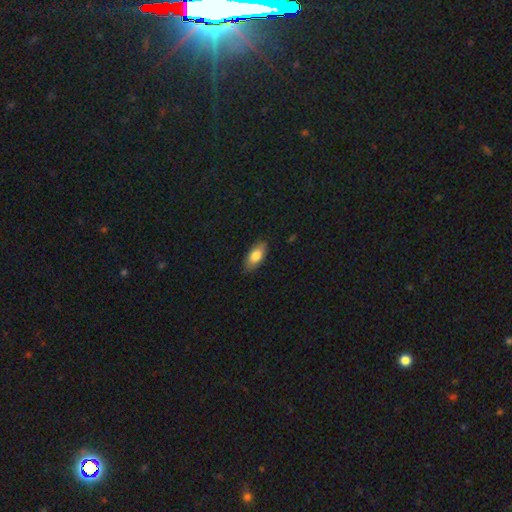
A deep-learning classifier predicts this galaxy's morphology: Smooth or featured: smooth — 79% (featured or disk — 15%)
How rounded: in between — 89% (cigar-shaped — 8%)
Merging: none — 83% (minor disturbance — 14%)